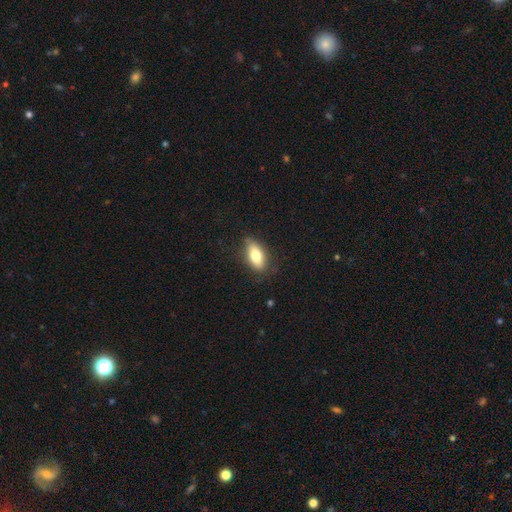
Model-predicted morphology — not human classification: Smooth or featured? Predicted: smooth (p=0.75). How rounded? Predicted: in between (p=0.83). Merging? Predicted: none (p=0.79).